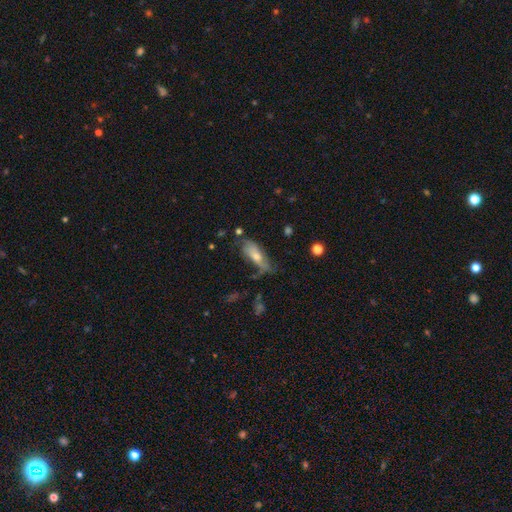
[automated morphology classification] Smooth or featured?
  - smooth: 55% *
  - featured or disk: 36%
  - star or artifact: 9%
How rounded?
  - in between: 61% *
  - cigar-shaped: 36%
  - round: 3%
Merging?
  - none: 48% *
  - minor disturbance: 31%
  - major disturbance: 15%
  - merger: 5%